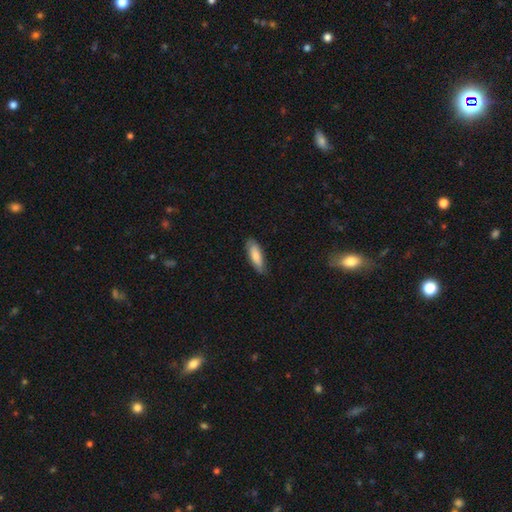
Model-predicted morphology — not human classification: type=smooth (79%); roundness=in between (54%); merging=none (76%).